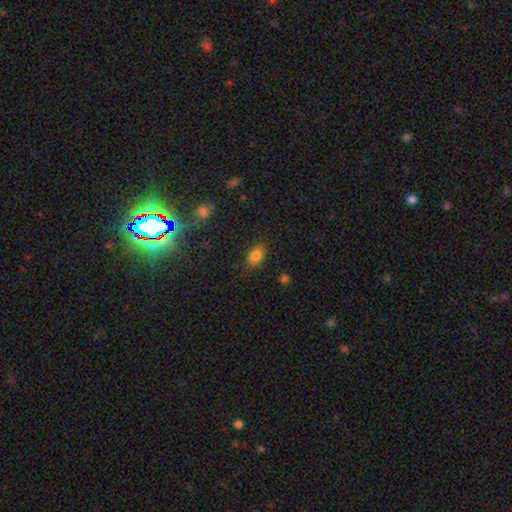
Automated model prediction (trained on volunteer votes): A smooth galaxy with no disk features (83%) that is in between round and cigar-shaped (87%).

Vote fractions:
- Smooth or featured? smooth: 83% / star or artifact: 10% / featured or disk: 7%
- How rounded? in between: 87% / round: 9% / cigar-shaped: 4%
- Merging? none: 82% / minor disturbance: 13% / major disturbance: 3% / merger: 2%